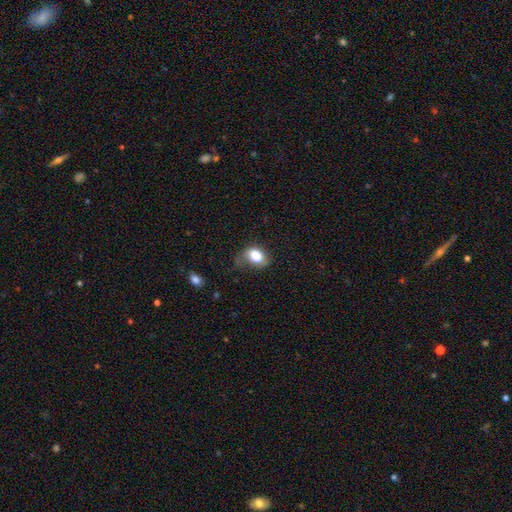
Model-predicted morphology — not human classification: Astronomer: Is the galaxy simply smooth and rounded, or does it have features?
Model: smooth — 81%.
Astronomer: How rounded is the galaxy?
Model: in between — 69%.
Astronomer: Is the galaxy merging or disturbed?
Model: none — 42% (runner-up: minor disturbance, 35%).